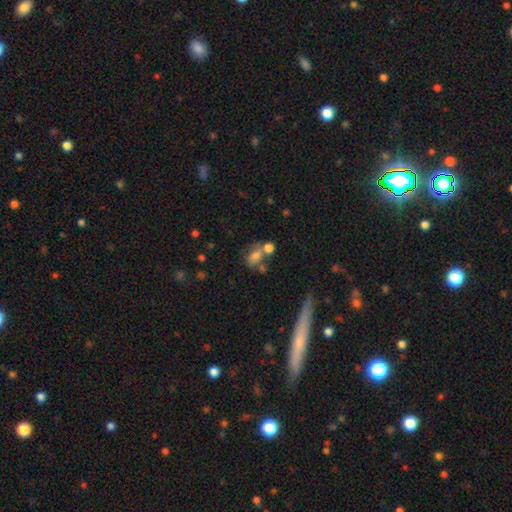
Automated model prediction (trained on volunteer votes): Smooth or featured: smooth — 64% (featured or disk — 22%)
How rounded: in between — 64% (round — 33%)
Merging: merger — 37% (none — 35%)